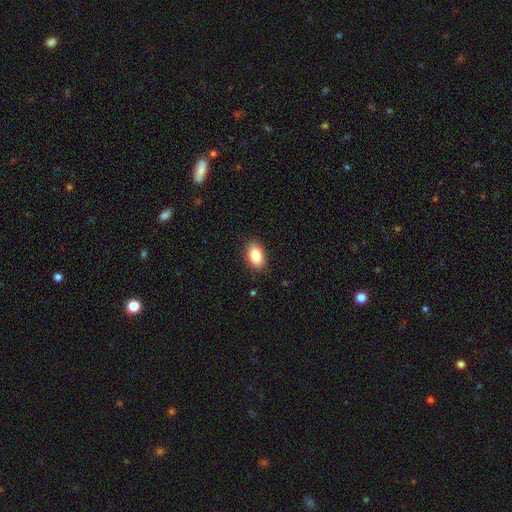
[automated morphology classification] smooth 85%, star or artifact 7%, featured or disk 7%. Down the decision tree: how rounded — in between (90%); merging — none (87%).